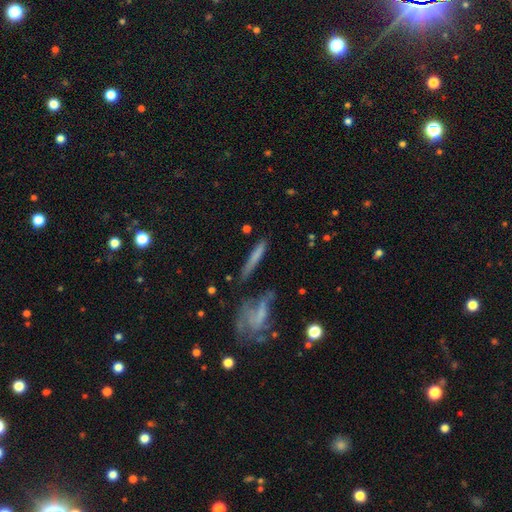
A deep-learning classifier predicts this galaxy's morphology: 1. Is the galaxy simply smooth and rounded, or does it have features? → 66% smooth, 26% featured or disk, 8% star or artifact.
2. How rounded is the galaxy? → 91% cigar-shaped, 7% in between, 3% round.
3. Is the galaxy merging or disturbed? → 70% none, 15% minor disturbance, 8% merger, 6% major disturbance.